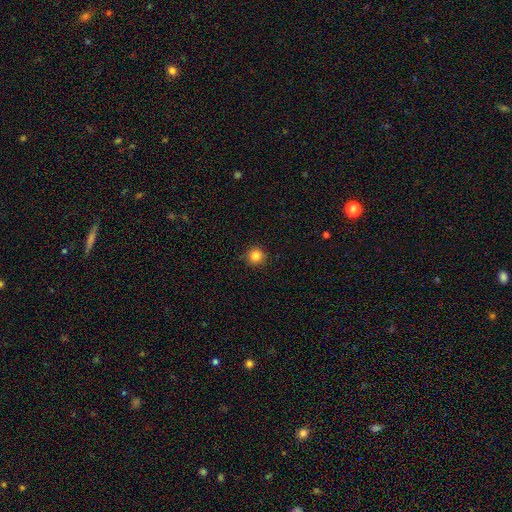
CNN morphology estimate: Q: Smooth or featured?
A: smooth (85%); runner-up: star or artifact (11%)
Q: How rounded?
A: round (95%); runner-up: in between (4%)
Q: Merging?
A: none (91%); runner-up: minor disturbance (7%)